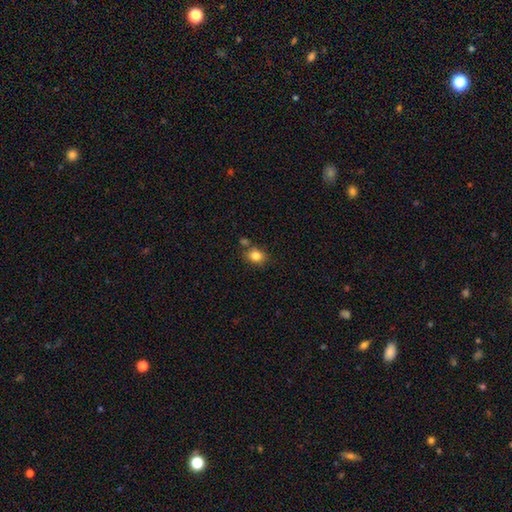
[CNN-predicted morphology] smooth-or-featured: smooth: 83% | star or artifact: 10% | featured or disk: 7%
  how-rounded: round: 51% | in between: 48% | cigar-shaped: 1%
  merging: none: 70% | minor disturbance: 14% | merger: 13% | major disturbance: 4%